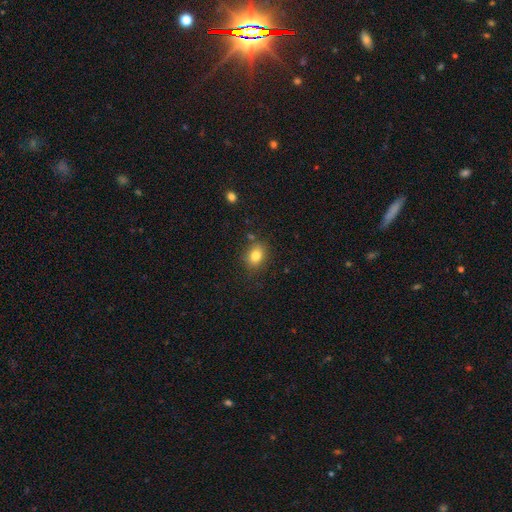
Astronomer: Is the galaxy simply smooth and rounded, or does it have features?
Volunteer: smooth — 77%.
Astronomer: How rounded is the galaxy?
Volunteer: round — 50%, tied with in between at 50%.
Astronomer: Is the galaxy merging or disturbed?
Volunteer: none — 97%.